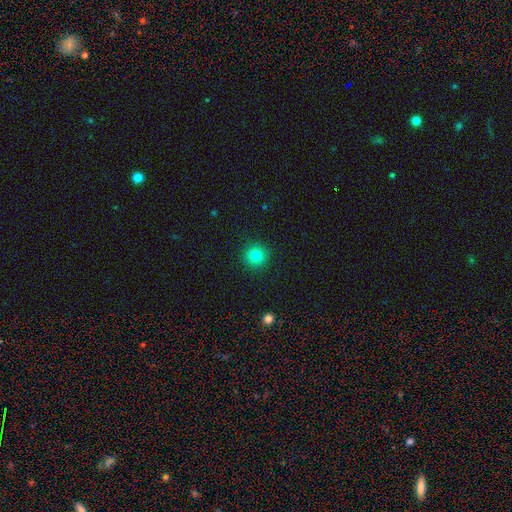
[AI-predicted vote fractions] Q: Smooth or featured?
A: smooth (82%); runner-up: star or artifact (12%)
Q: How rounded?
A: round (95%); runner-up: in between (4%)
Q: Merging?
A: none (92%); runner-up: minor disturbance (5%)